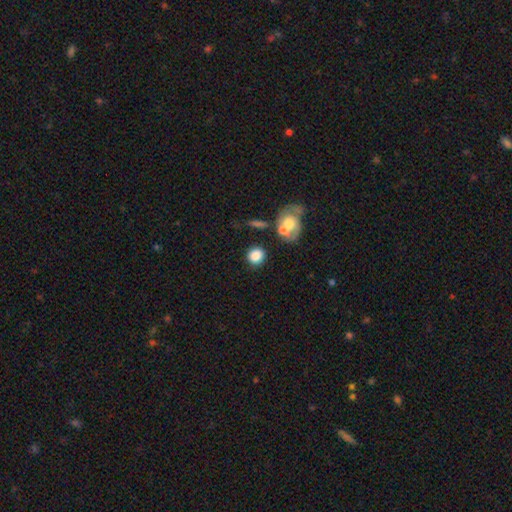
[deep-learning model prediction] smooth 83%, star or artifact 9%, featured or disk 8%. Down the decision tree: how rounded — round (77%); merging — none (72%).